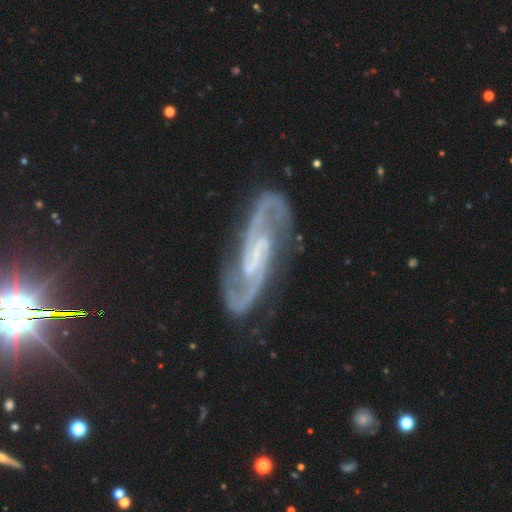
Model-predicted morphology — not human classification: type=featured or disk (91%); edge-on=no (96%); bar=weak (45%); spiral arms=yes (98%); winding=medium (58%); arm count=2 (94%); bulge=small (58%); merging=none (80%).